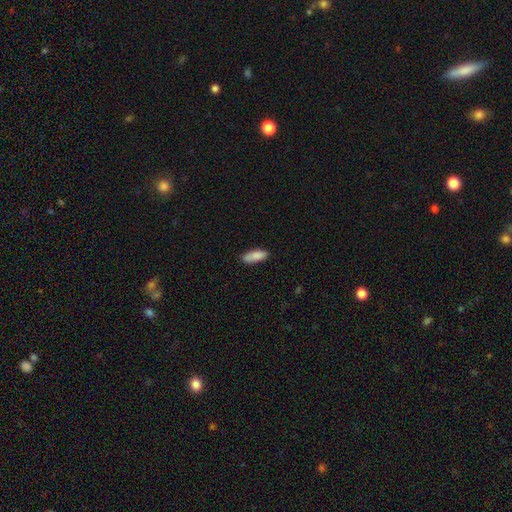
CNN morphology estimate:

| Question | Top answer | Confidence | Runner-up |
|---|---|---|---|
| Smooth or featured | smooth | 87% | featured or disk (6%) |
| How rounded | in between | 73% | cigar-shaped (25%) |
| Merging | none | 81% | minor disturbance (15%) |